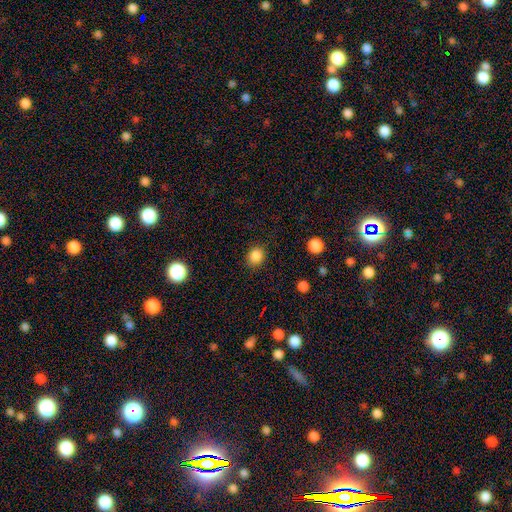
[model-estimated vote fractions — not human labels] Smooth or featured: smooth — 86% (star or artifact — 11%)
How rounded: round — 73% (in between — 26%)
Merging: none — 86% (minor disturbance — 10%)